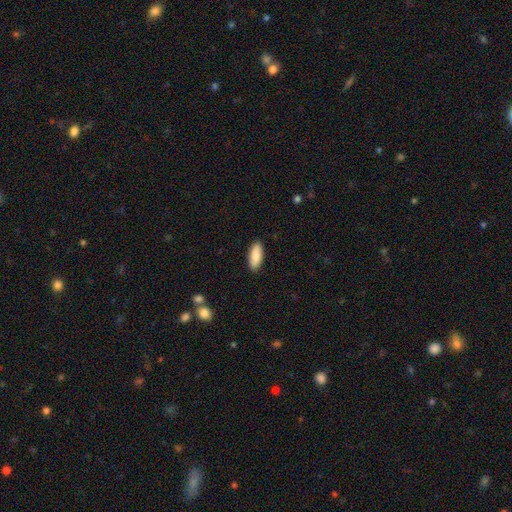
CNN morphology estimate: type=smooth (85%); roundness=in between (79%); merging=none (88%).